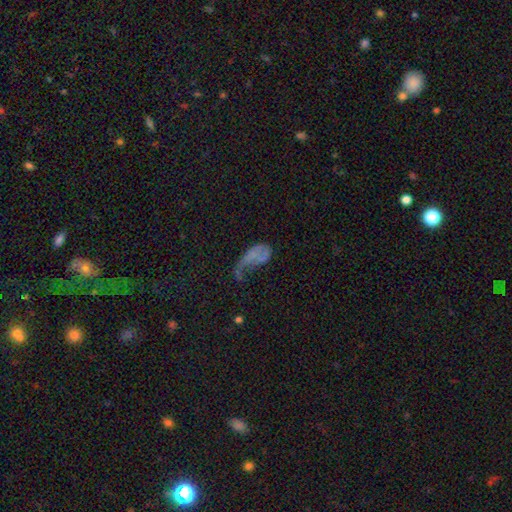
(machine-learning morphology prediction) featured or disk 44%, smooth 39%, star or artifact 17%. Down the decision tree: merging — major disturbance (58%).